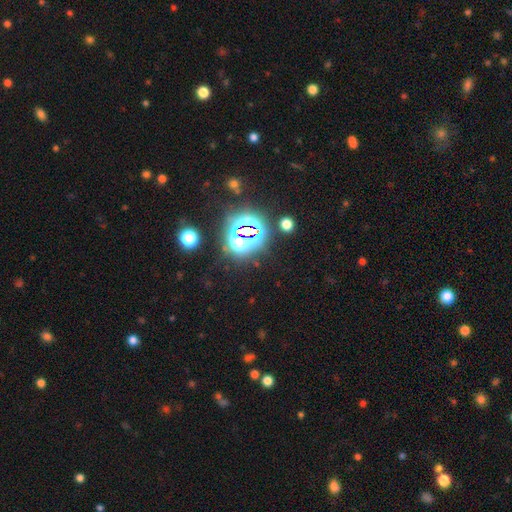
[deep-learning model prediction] Q: Smooth or featured?
A: star or artifact (83%); runner-up: smooth (11%)